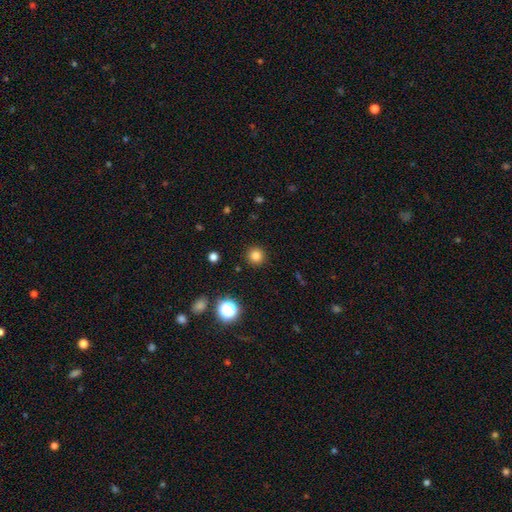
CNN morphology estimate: smooth-or-featured: smooth: 81% | star or artifact: 14% | featured or disk: 4%
  how-rounded: round: 95% | in between: 4% | cigar-shaped: 1%
  merging: none: 92% | minor disturbance: 5% | major disturbance: 2% | merger: 1%